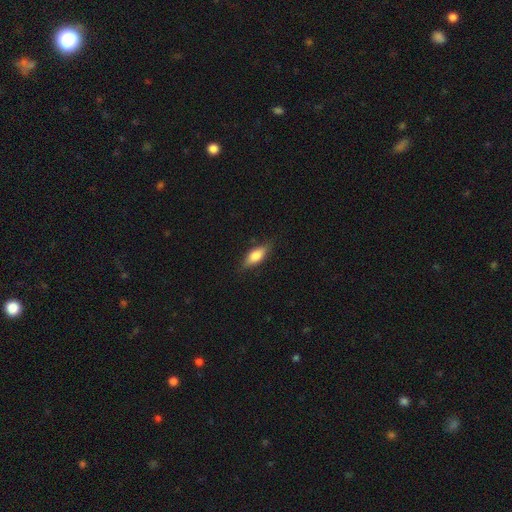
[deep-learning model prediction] Overall: smooth (69%). How rounded: in between (72%). Merging: none (82%).